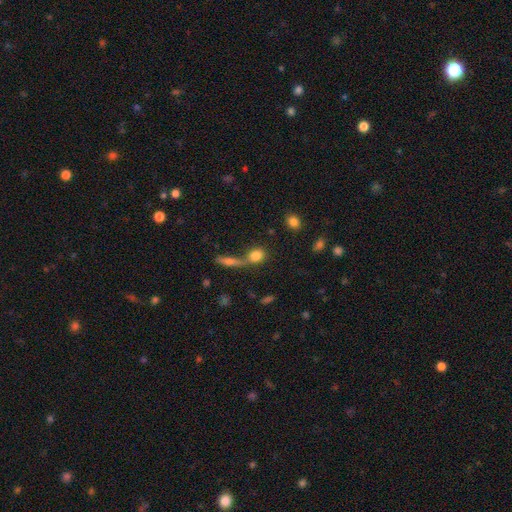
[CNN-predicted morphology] smooth_or_featured: smooth (p=0.79) [alt: star or artifact p=0.11]
how_rounded: round (p=0.59) [alt: in between p=0.35]
merging: none (p=0.47) [alt: merger p=0.38]